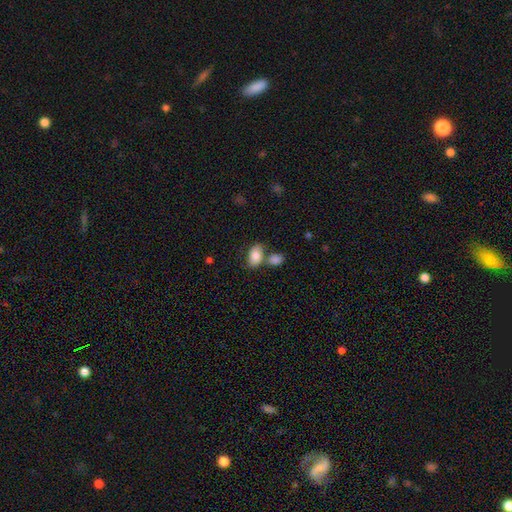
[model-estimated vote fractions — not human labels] smooth_or_featured: smooth (p=0.83) [alt: featured or disk p=0.10]
how_rounded: in between (p=0.91) [alt: round p=0.07]
merging: none (p=0.54) [alt: merger p=0.28]